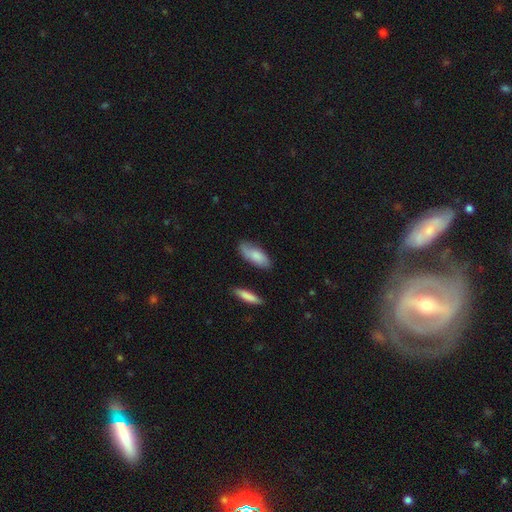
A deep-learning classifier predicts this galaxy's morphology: Smooth or featured?
  - smooth: 76% *
  - featured or disk: 18%
  - star or artifact: 6%
How rounded?
  - in between: 79% *
  - cigar-shaped: 18%
  - round: 2%
Merging?
  - none: 72% *
  - minor disturbance: 20%
  - major disturbance: 4%
  - merger: 4%